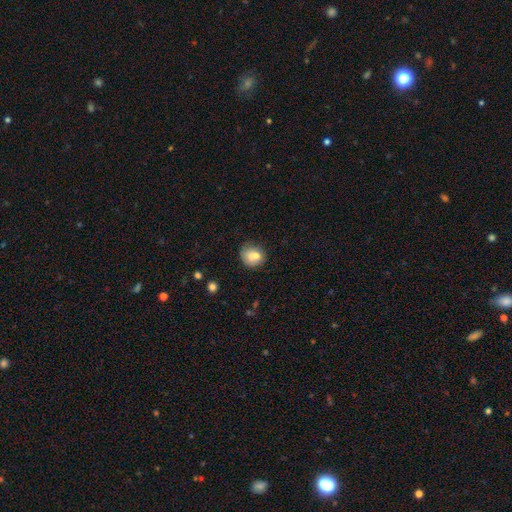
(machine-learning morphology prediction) smooth 78%, featured or disk 13%, star or artifact 9%. Down the decision tree: how rounded — round (76%); merging — none (63%).